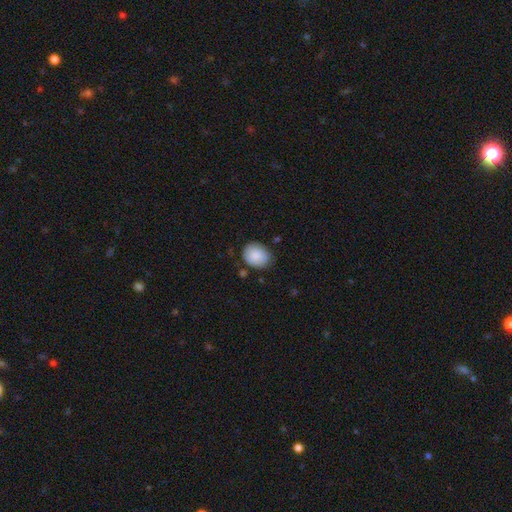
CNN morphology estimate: This is clearly a smooth galaxy (86%). How rounded: possibly round (51%). Merging: likely none (75%).